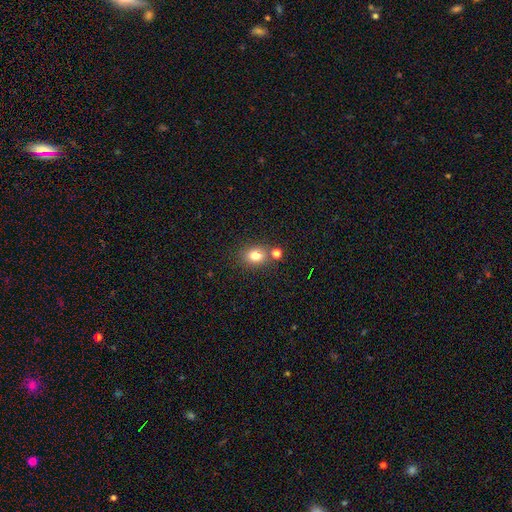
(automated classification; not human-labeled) Morphology: type=smooth (78%); roundness=round (57%); merging=none (70%).